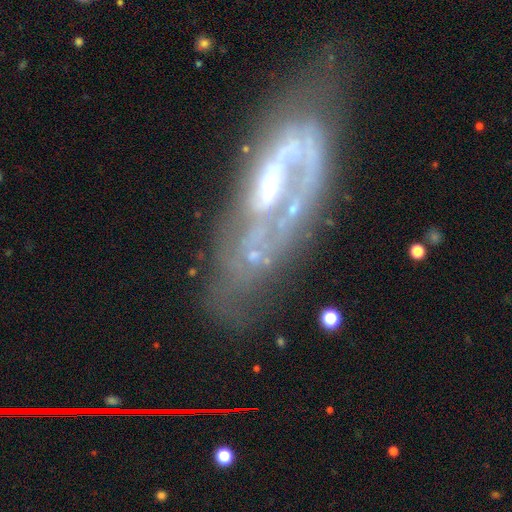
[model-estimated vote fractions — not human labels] featured or disk 79%, smooth 12%, star or artifact 9%. Down the decision tree: edge-on disk — no (89%); bar — no (52%); spiral arms — yes (74%); spiral arm count — 1 (36%); spiral winding — medium (39%); bulge size — small (42%); merging — none (44%).